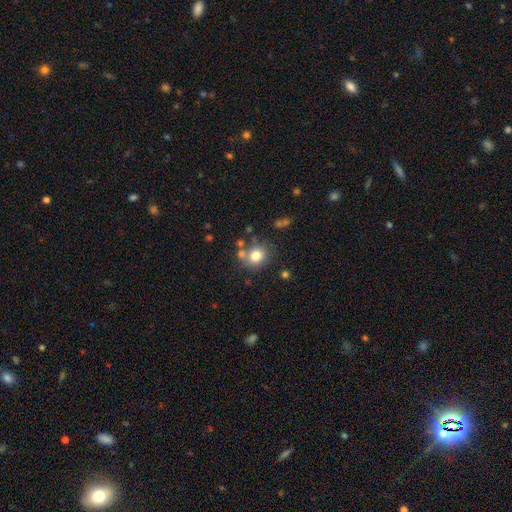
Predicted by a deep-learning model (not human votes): Q: Smooth or featured?
A: smooth (78%); runner-up: star or artifact (11%)
Q: How rounded?
A: round (75%); runner-up: in between (24%)
Q: Merging?
A: none (67%); runner-up: merger (14%)